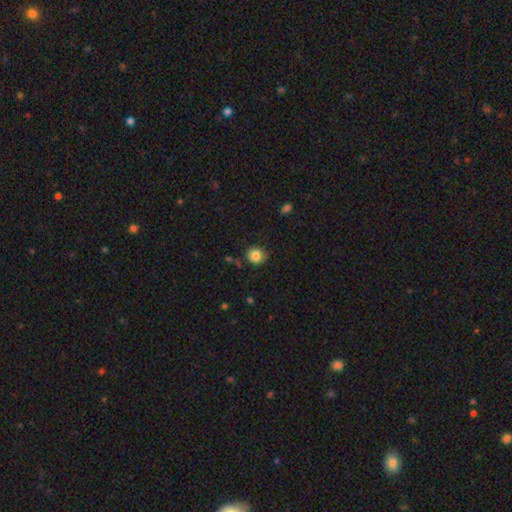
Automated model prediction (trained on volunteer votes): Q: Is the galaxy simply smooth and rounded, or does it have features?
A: smooth — 84%.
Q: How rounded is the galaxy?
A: round — 88%.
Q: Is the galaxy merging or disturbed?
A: none — 83%.